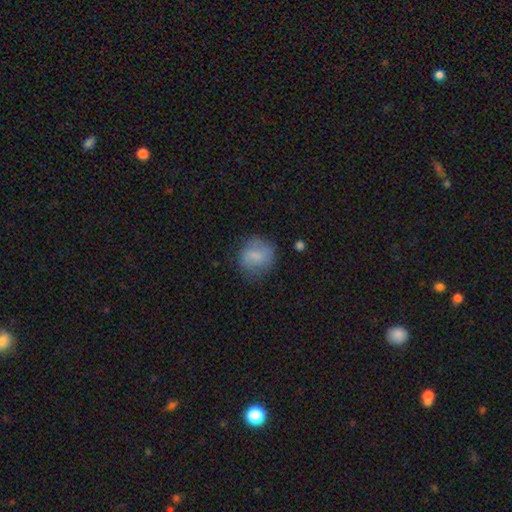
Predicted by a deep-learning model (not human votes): A smooth galaxy with no disk features (72%) that is round (78%).

Vote fractions:
- Smooth or featured? smooth: 72% / featured or disk: 19% / star or artifact: 8%
- How rounded? round: 78% / in between: 21% / cigar-shaped: 1%
- Merging? none: 69% / minor disturbance: 21% / major disturbance: 8% / merger: 2%